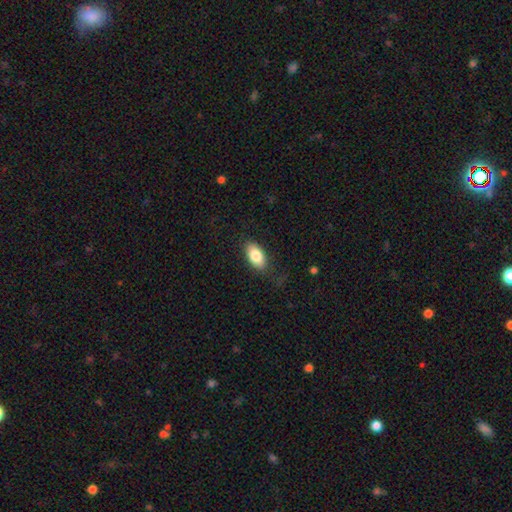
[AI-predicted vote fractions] Smooth or featured: smooth — 83% (featured or disk — 11%)
How rounded: in between — 92% (round — 4%)
Merging: none — 83% (minor disturbance — 12%)